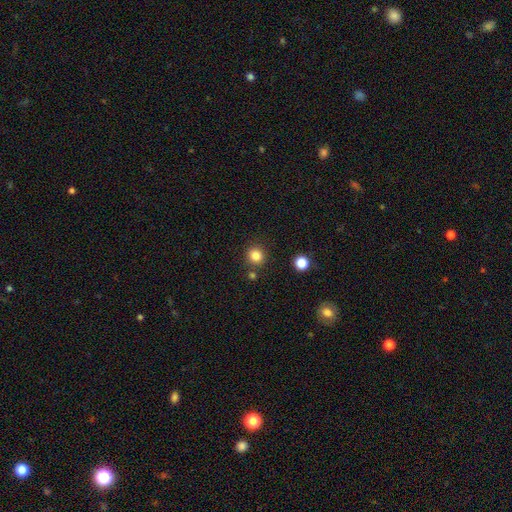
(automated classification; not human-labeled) smooth-or-featured: smooth: 83% | star or artifact: 12% | featured or disk: 4%
  how-rounded: round: 92% | in between: 7% | cigar-shaped: 1%
  merging: none: 85% | minor disturbance: 7% | merger: 5% | major disturbance: 2%